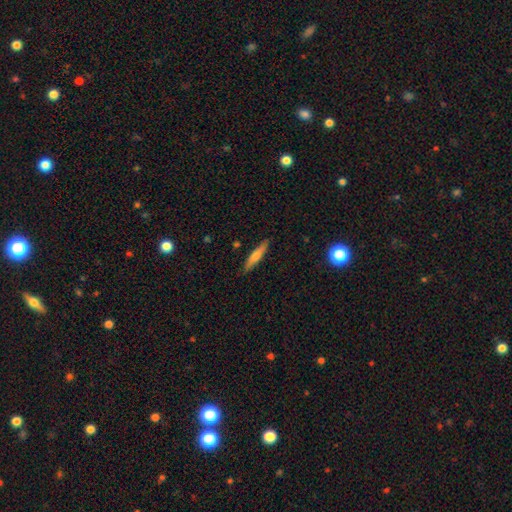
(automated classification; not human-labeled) Q: Smooth or featured?
A: smooth (55%); runner-up: featured or disk (37%)
Q: How rounded?
A: cigar-shaped (89%); runner-up: in between (9%)
Q: Merging?
A: none (89%); runner-up: minor disturbance (8%)